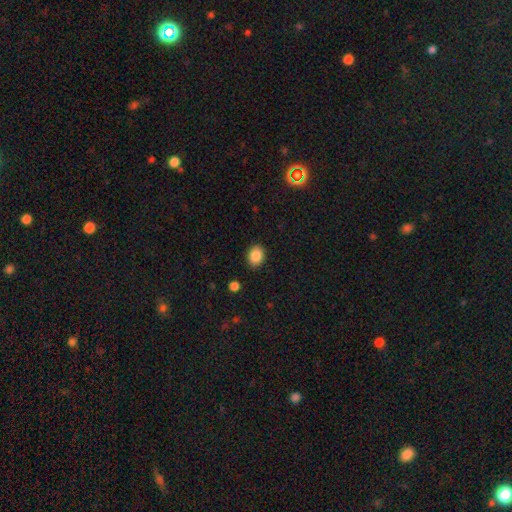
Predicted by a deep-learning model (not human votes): smooth-or-featured: smooth: 87% | star or artifact: 9% | featured or disk: 5%
  how-rounded: in between: 58% | round: 41% | cigar-shaped: 1%
  merging: none: 89% | minor disturbance: 8% | major disturbance: 2% | merger: 1%